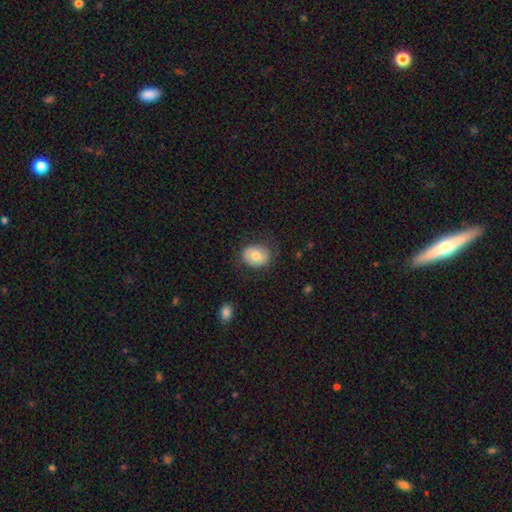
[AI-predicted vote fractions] smooth_or_featured: smooth (p=0.69) [alt: featured or disk p=0.24]
how_rounded: in between (p=0.51) [alt: round p=0.48]
merging: none (p=0.72) [alt: minor disturbance p=0.18]